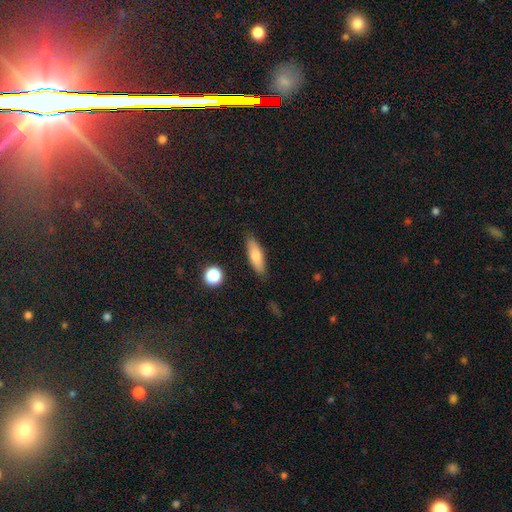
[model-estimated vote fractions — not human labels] Smooth or featured: smooth — 74% (featured or disk — 19%)
How rounded: cigar-shaped — 52% (in between — 45%)
Merging: none — 84% (minor disturbance — 12%)